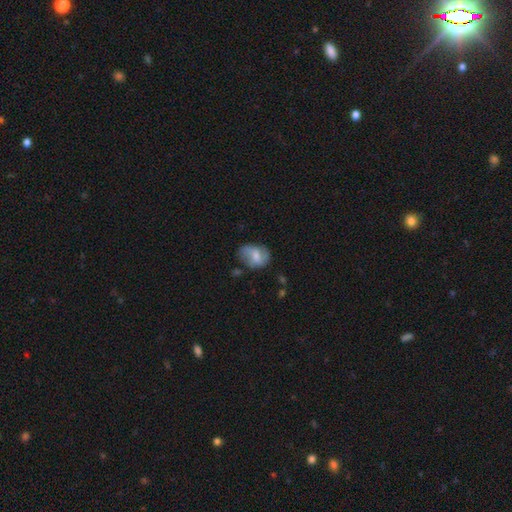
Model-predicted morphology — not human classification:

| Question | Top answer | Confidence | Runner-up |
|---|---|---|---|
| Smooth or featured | smooth | 52% | featured or disk (41%) |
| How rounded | in between | 71% | round (27%) |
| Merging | none | 53% | minor disturbance (30%) |